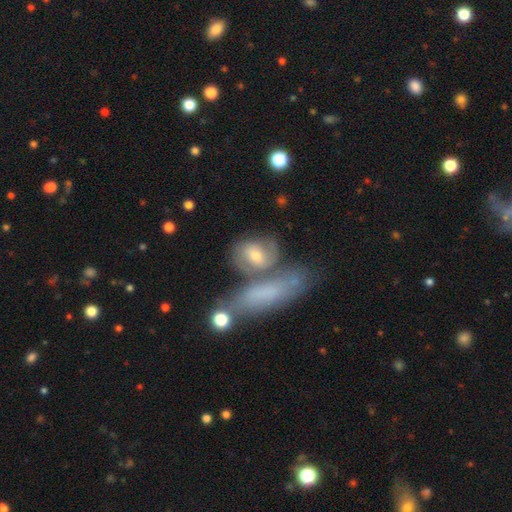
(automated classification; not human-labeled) Overall: featured or disk (48%; smooth 44%). Merging: none (42%; merger 34%).